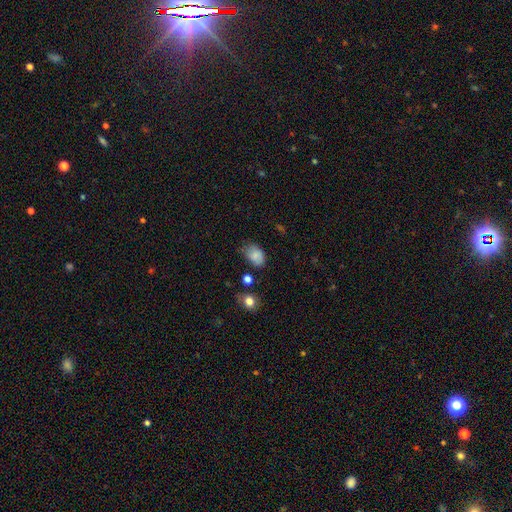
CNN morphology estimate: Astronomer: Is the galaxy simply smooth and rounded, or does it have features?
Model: smooth — 82%.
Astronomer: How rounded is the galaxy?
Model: in between — 81%.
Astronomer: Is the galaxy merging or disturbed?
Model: none — 54% (runner-up: minor disturbance, 34%).